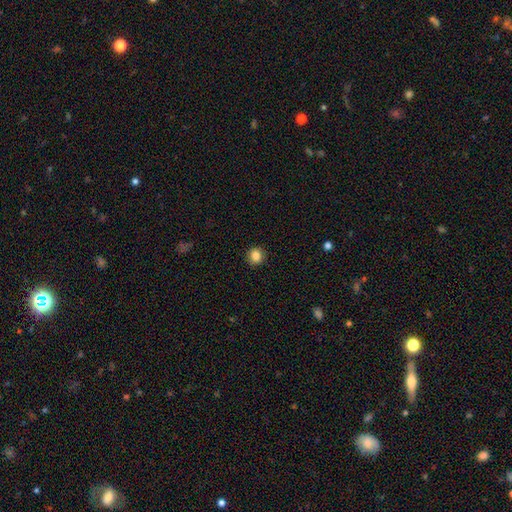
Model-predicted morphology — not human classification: type=smooth (85%); roundness=round (89%); merging=none (92%).